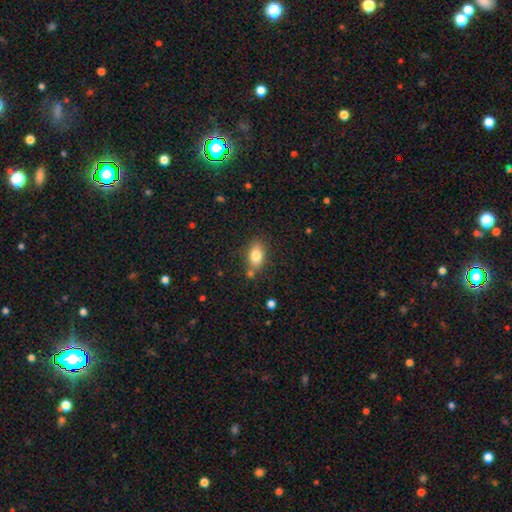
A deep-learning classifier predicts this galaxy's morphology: type=smooth (81%); roundness=in between (87%); merging=none (73%).